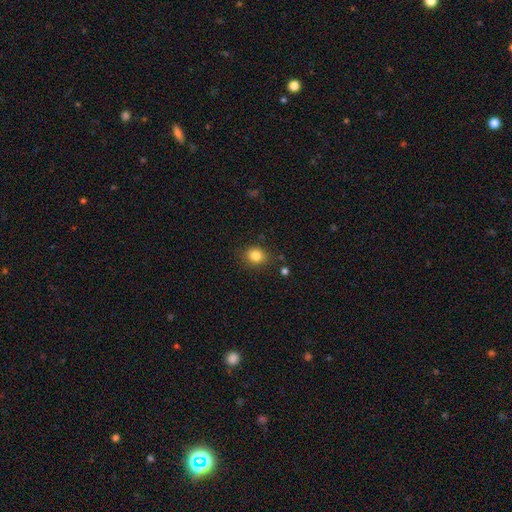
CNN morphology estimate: type=smooth (84%); roundness=round (69%); merging=none (83%).